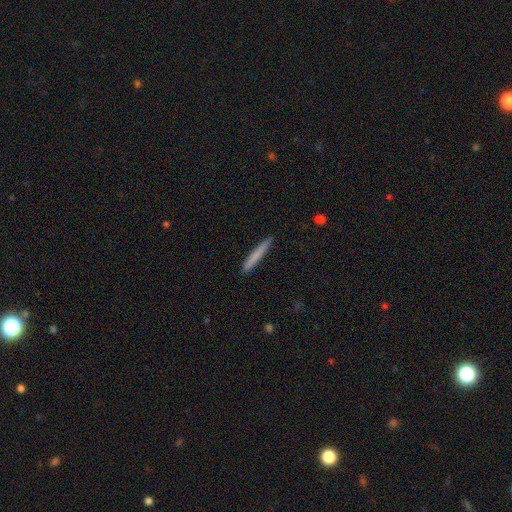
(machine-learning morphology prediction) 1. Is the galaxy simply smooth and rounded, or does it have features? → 74% smooth, 20% featured or disk, 6% star or artifact.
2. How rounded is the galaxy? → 97% cigar-shaped, 2% in between, 1% round.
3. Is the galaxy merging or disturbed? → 91% none, 6% minor disturbance, 1% major disturbance, 1% merger.